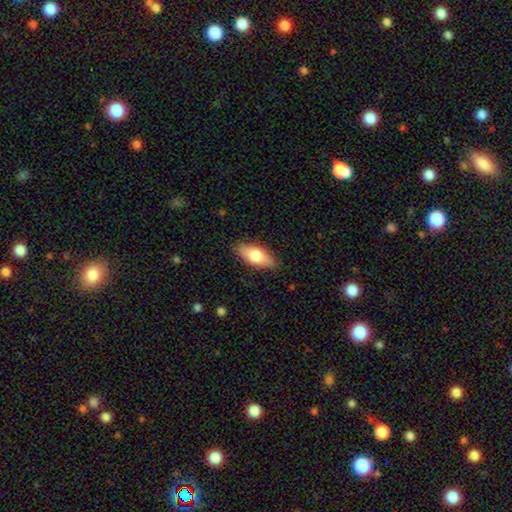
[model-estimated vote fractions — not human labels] Smooth or featured? Predicted: smooth (p=0.71). How rounded? Predicted: in between (p=0.81). Merging? Predicted: none (p=0.86).